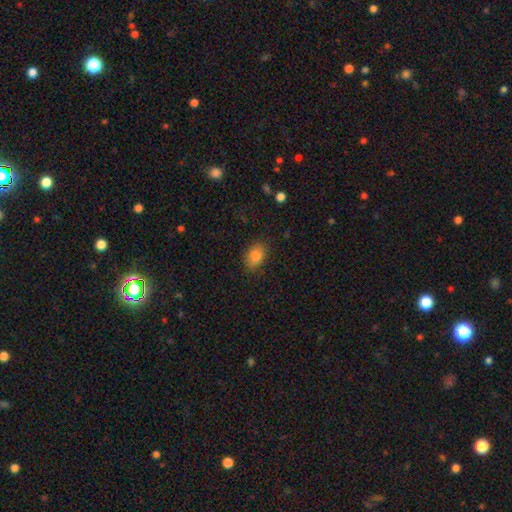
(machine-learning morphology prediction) Q: Smooth or featured?
A: smooth (84%); runner-up: star or artifact (9%)
Q: How rounded?
A: in between (79%); runner-up: round (19%)
Q: Merging?
A: none (80%); runner-up: minor disturbance (15%)